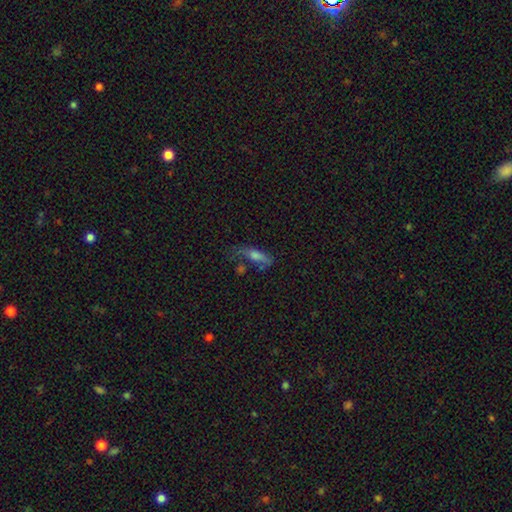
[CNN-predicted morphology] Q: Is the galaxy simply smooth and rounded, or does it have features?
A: smooth — 56%.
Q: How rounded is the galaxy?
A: in between — 48%.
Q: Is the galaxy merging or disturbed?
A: none — 41%.